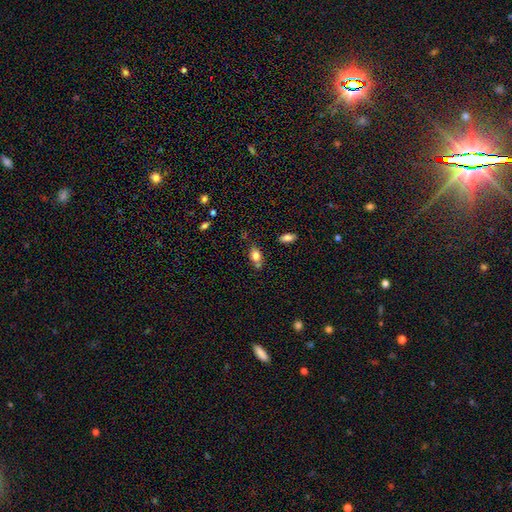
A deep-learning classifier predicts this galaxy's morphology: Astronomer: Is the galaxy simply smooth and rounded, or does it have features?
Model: smooth — 78%.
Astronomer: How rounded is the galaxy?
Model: in between — 73%.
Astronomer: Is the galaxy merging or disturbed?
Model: none — 58%.